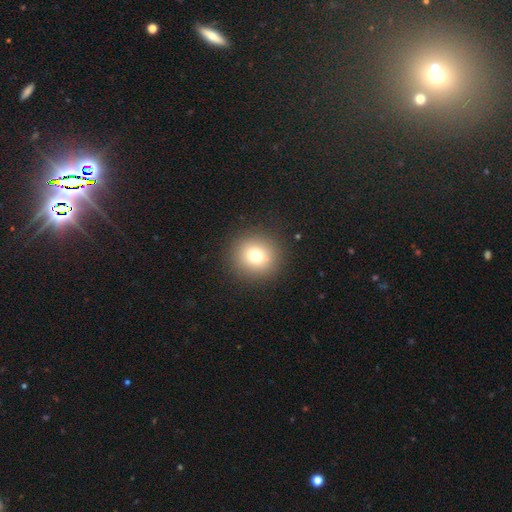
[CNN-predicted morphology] The model was most divided on "smooth or featured": smooth: 76%, star or artifact: 14%, featured or disk: 11%. More confident: how rounded — round (93%); merging — none (90%).